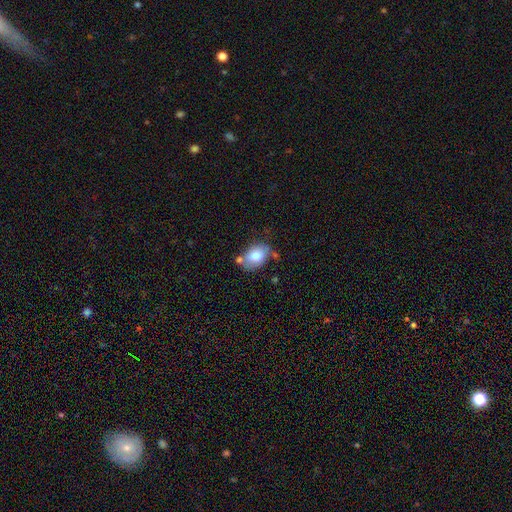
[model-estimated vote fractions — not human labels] This appears to be a smooth galaxy with no disk features (78%) that is in between round and cigar-shaped (79%). Merging: none (61%).